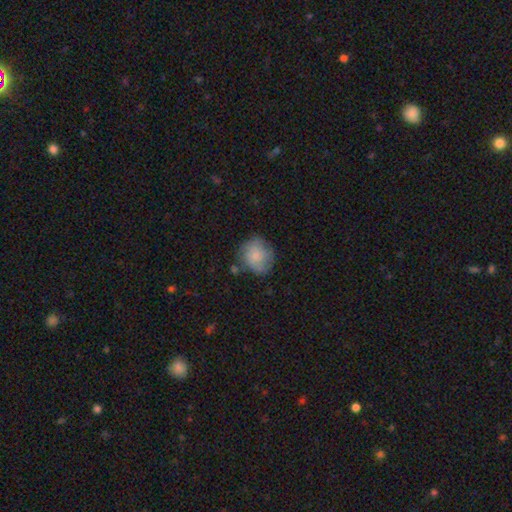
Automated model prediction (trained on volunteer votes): The model was most divided on "merging": none: 65%, minor disturbance: 24%, major disturbance: 8%, merger: 4%. More confident: how rounded — round (78%); smooth or featured — smooth (71%).